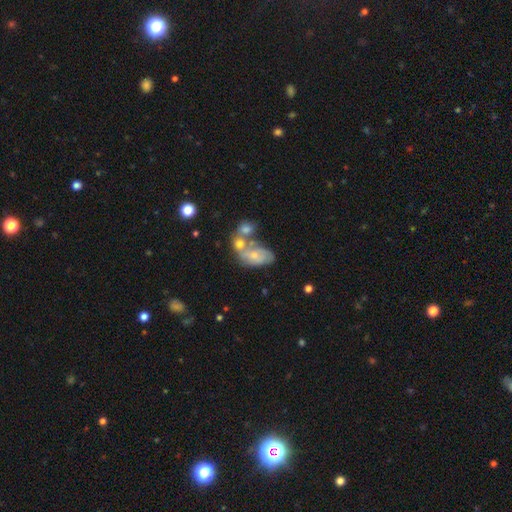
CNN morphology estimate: The model was most divided on "smooth or featured": featured or disk: 49%, smooth: 42%, star or artifact: 9%. Remaining: merging — merger (50%).